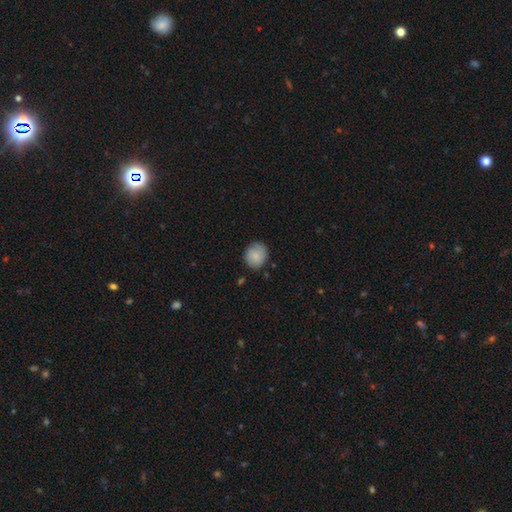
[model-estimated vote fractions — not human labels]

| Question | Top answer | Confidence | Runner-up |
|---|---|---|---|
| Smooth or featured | smooth | 84% | featured or disk (9%) |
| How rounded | round | 69% | in between (30%) |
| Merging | none | 79% | minor disturbance (17%) |